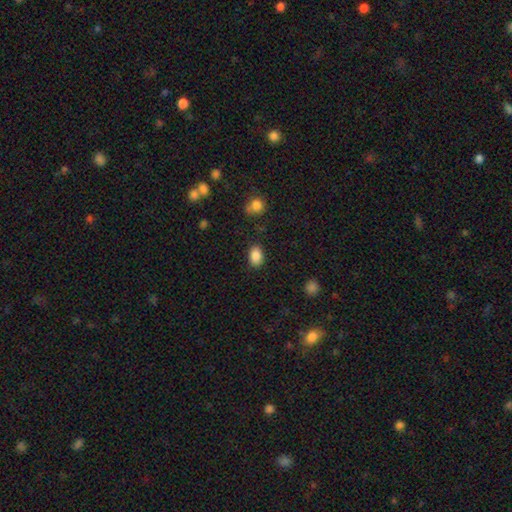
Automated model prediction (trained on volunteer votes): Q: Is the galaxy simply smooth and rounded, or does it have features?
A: smooth — 87%.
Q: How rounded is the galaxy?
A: in between — 83%.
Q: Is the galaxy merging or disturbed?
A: none — 85%.